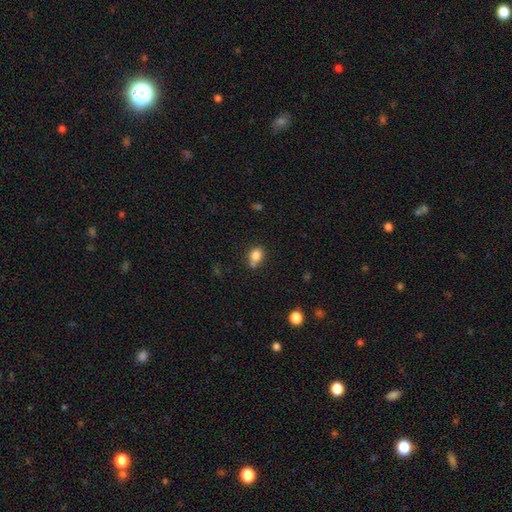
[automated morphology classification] Smooth or featured: smooth — 82% (star or artifact — 11%)
How rounded: in between — 58% (round — 40%)
Merging: none — 54% (minor disturbance — 26%)